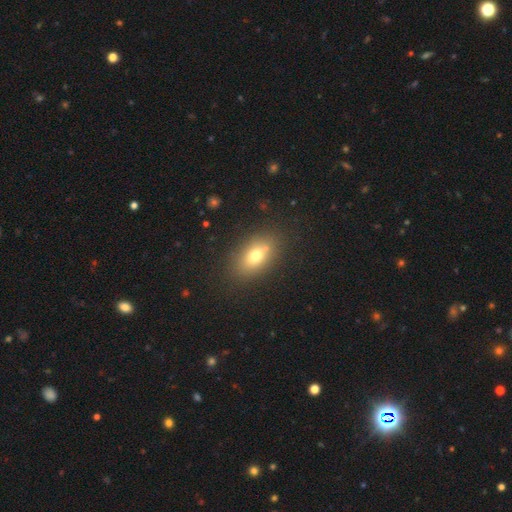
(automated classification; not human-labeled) smooth_or_featured: smooth (p=0.72) [alt: featured or disk p=0.16]
how_rounded: in between (p=0.83) [alt: round p=0.13]
merging: none (p=0.77) [alt: minor disturbance p=0.12]